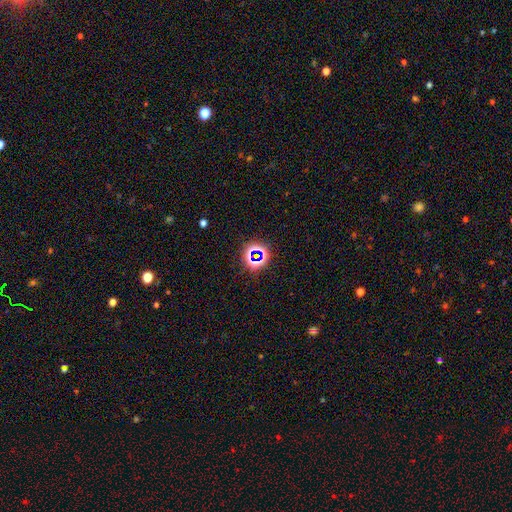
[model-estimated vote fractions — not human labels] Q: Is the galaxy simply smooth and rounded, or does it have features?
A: star or artifact — 72%.